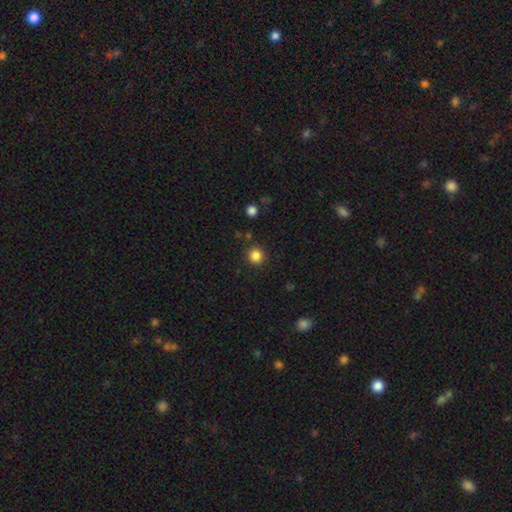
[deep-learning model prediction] smooth_or_featured: smooth (p=0.84) [alt: star or artifact p=0.12]
how_rounded: round (p=0.91) [alt: in between p=0.08]
merging: none (p=0.89) [alt: minor disturbance p=0.07]